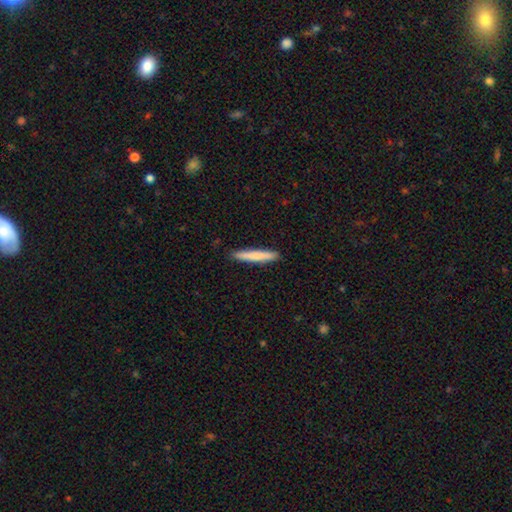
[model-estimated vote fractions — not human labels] Smooth or featured?
  - smooth: 75% *
  - featured or disk: 20%
  - star or artifact: 5%
How rounded?
  - cigar-shaped: 95% *
  - in between: 4%
  - round: 1%
Merging?
  - none: 91% *
  - minor disturbance: 7%
  - major disturbance: 1%
  - merger: 1%